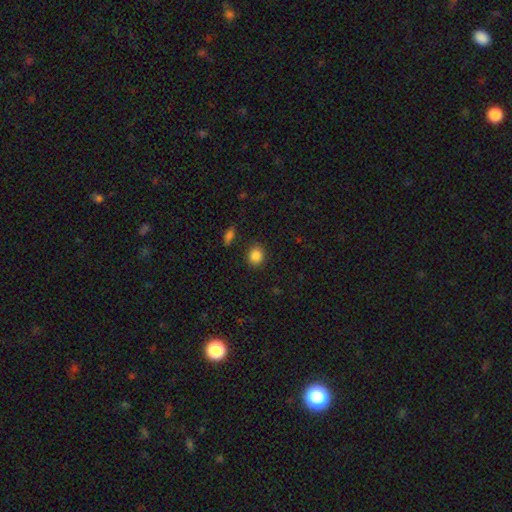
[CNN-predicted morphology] This appears to be a smooth galaxy with no disk features (86%) that is round (70%). Merging: none (85%).